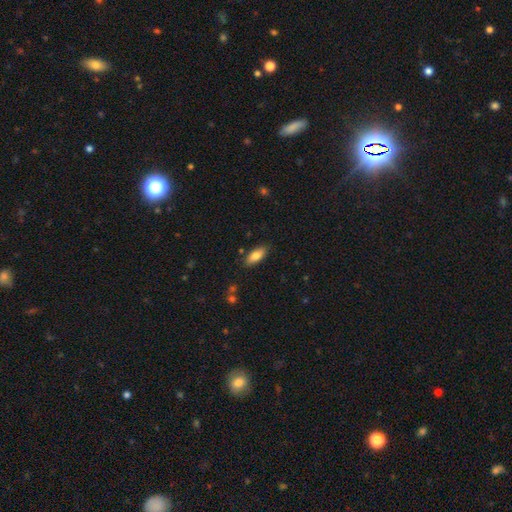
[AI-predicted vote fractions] Overall: smooth (82%). How rounded: in between (81%). Merging: none (84%).